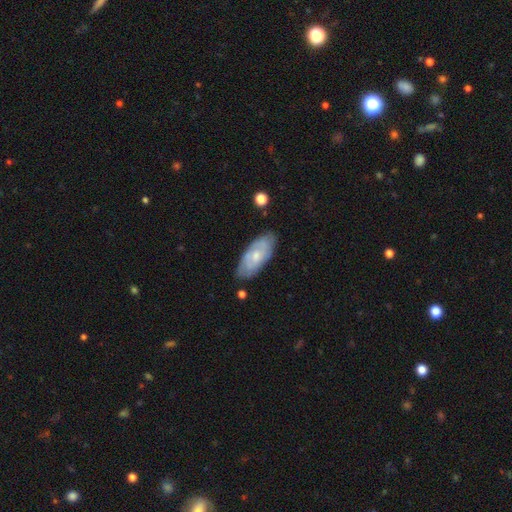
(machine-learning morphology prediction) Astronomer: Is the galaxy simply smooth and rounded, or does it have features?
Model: featured or disk — 53% (runner-up: smooth, 42%).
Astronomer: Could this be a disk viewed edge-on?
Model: no — 88%.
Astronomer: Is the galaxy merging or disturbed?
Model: none — 76%.